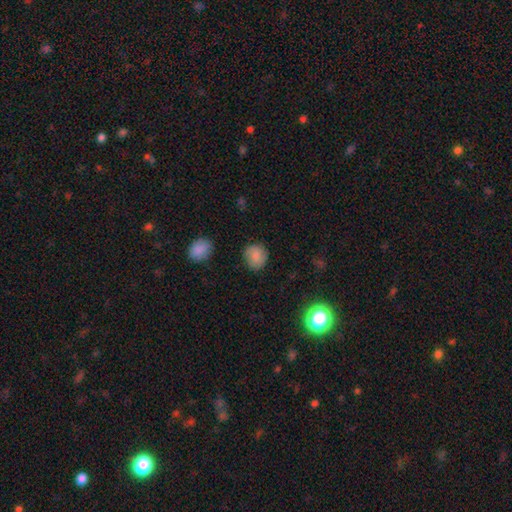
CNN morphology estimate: type=smooth (82%); roundness=round (78%); merging=none (80%).